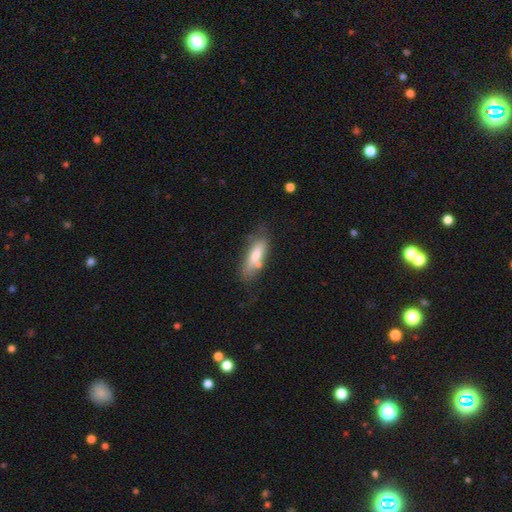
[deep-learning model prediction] Q: Smooth or featured?
A: smooth (62%); runner-up: featured or disk (30%)
Q: How rounded?
A: in between (54%); runner-up: cigar-shaped (43%)
Q: Merging?
A: none (59%); runner-up: minor disturbance (24%)